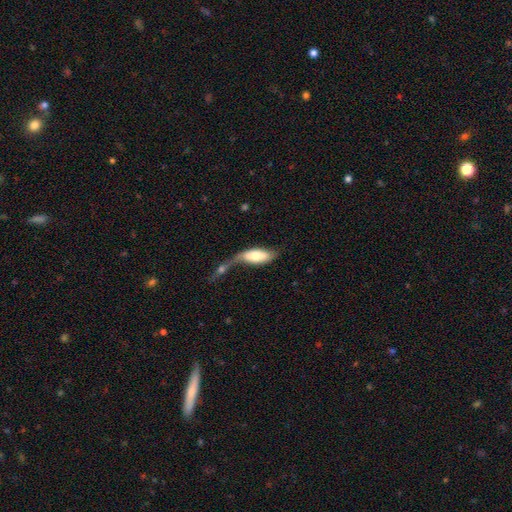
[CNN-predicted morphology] Smooth or featured? Predicted: smooth (p=0.66). How rounded? Predicted: in between (p=0.84). Merging? Predicted: merger (p=0.55).